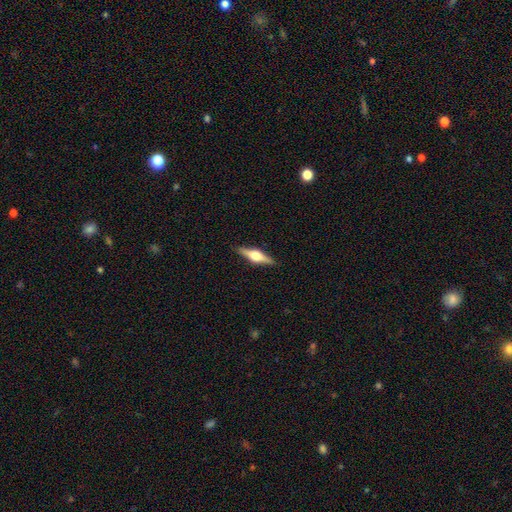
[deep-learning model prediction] A featured or disk galaxy (70%) viewed edge-on (97%) with a rounded central bulge (94%).

Vote fractions:
- Smooth or featured? featured or disk: 70% / smooth: 24% / star or artifact: 6%
- Edge-on disk? yes: 97% / no: 3%
- Edge-on bulge? rounded: 94% / boxy: 4% / none: 1%
- Merging? none: 90% / minor disturbance: 7% / major disturbance: 2% / merger: 1%